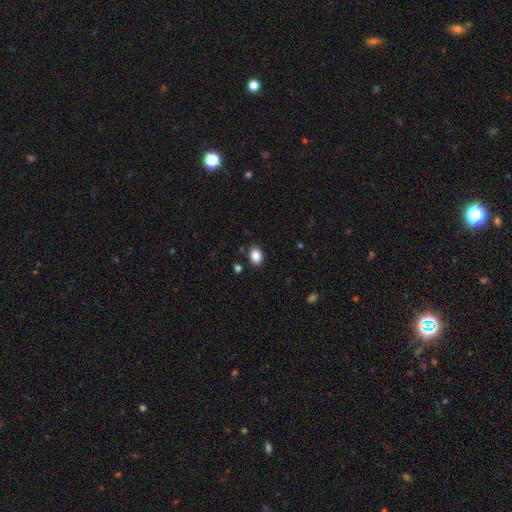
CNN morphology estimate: Smooth or featured? smooth (88%)
How rounded? in between (69%)
Merging? none (86%)